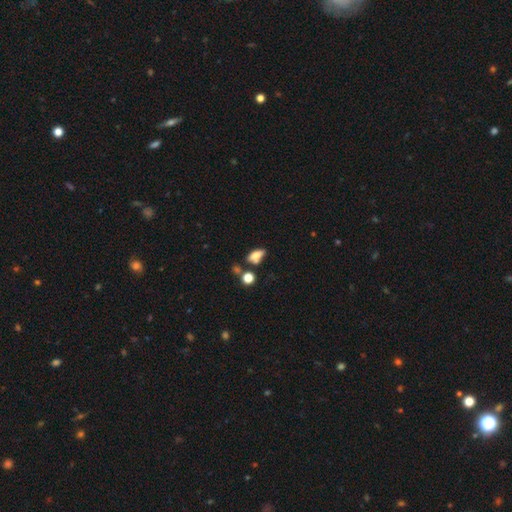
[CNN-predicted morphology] A smooth galaxy with no disk features (63%) that is in between round and cigar-shaped (77%).

Vote fractions:
- Smooth or featured? smooth: 63% / featured or disk: 26% / star or artifact: 11%
- How rounded? in between: 77% / cigar-shaped: 14% / round: 9%
- Merging? none: 63% / minor disturbance: 17% / merger: 14% / major disturbance: 6%